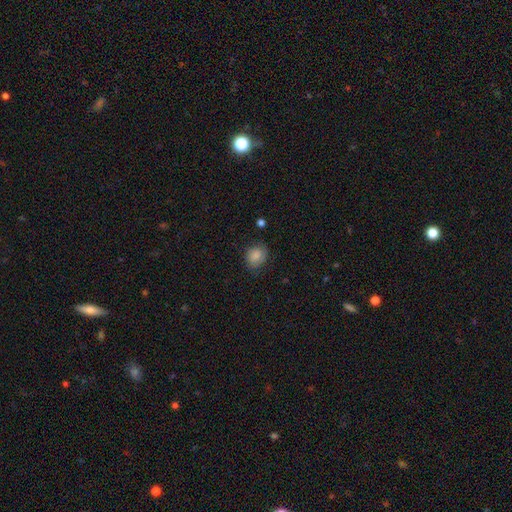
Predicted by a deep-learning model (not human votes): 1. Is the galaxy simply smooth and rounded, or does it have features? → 80% smooth, 11% featured or disk, 8% star or artifact.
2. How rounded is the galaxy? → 58% round, 41% in between, 1% cigar-shaped.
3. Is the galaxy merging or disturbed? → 72% none, 21% minor disturbance, 5% major disturbance, 1% merger.